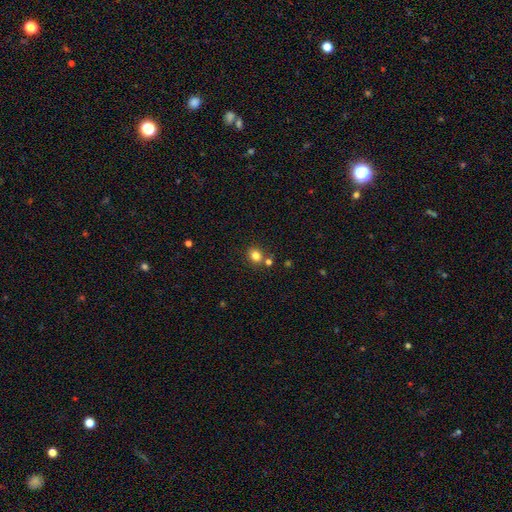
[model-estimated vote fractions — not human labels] Smooth or featured? smooth (81%)
How rounded? round (68%)
Merging? none (72%)